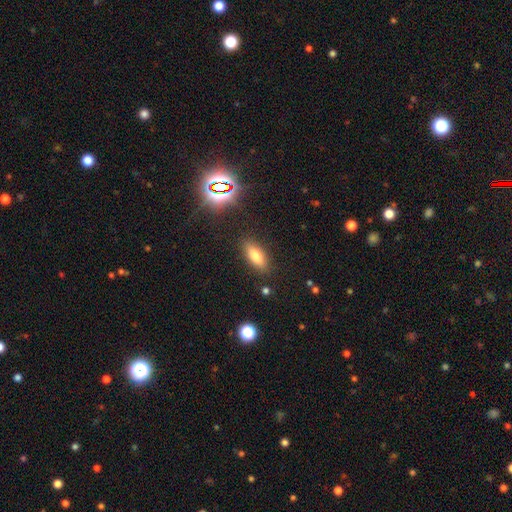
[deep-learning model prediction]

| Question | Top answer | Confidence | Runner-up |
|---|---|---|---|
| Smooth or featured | smooth | 75% | featured or disk (14%) |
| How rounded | in between | 76% | cigar-shaped (21%) |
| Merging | none | 86% | minor disturbance (10%) |